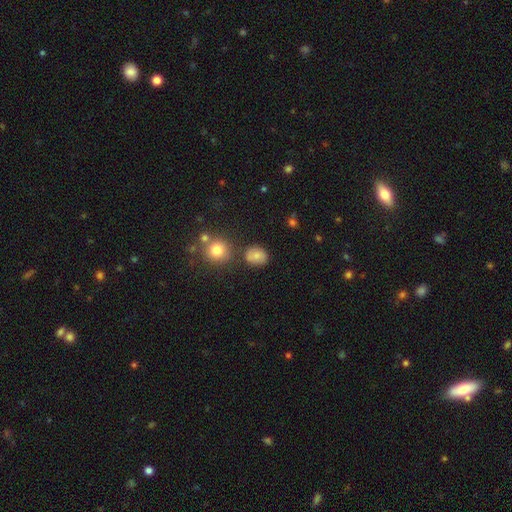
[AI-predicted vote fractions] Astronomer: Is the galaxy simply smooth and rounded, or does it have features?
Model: smooth — 75%.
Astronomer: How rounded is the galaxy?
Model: round — 58% (runner-up: in between, 41%).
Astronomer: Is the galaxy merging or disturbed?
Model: none — 73%.